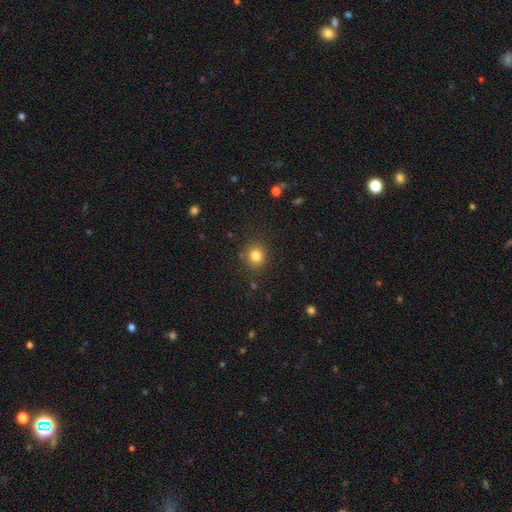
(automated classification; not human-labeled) smooth-or-featured: smooth: 82% | star or artifact: 12% | featured or disk: 6%
  how-rounded: round: 81% | in between: 18% | cigar-shaped: 1%
  merging: none: 85% | minor disturbance: 9% | major disturbance: 3% | merger: 2%